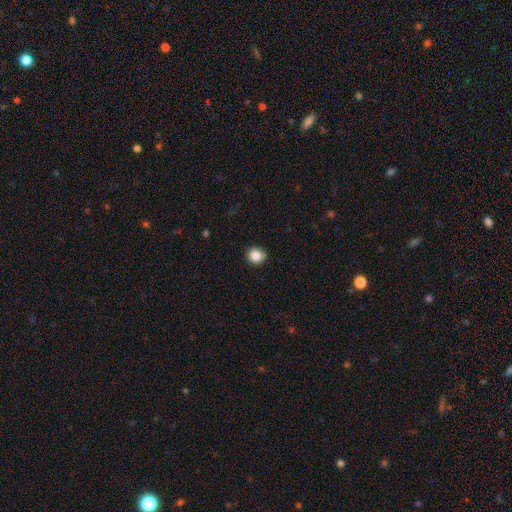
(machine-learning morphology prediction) Smooth or featured?
  - smooth: 86% *
  - star or artifact: 10%
  - featured or disk: 4%
How rounded?
  - round: 87% *
  - in between: 12%
  - cigar-shaped: 1%
Merging?
  - none: 88% *
  - minor disturbance: 9%
  - major disturbance: 2%
  - merger: 1%